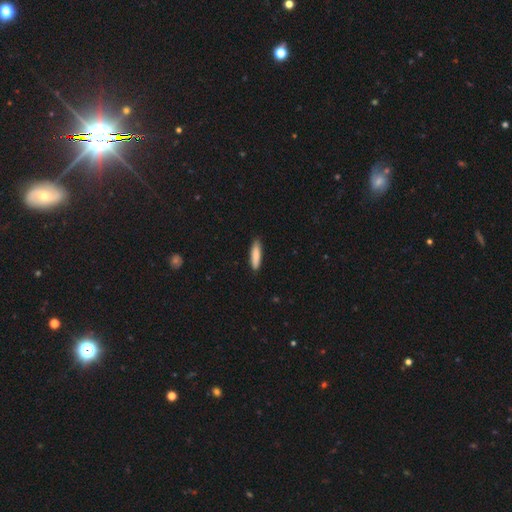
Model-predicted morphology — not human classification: This appears to be a smooth galaxy with no disk features (86%) that is cigar-shaped (76%). Merging: none (87%).